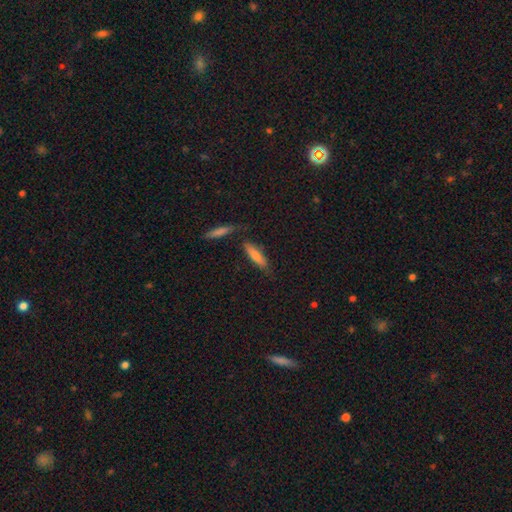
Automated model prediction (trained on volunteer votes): smooth_or_featured: smooth (p=0.60) [alt: featured or disk p=0.29]
how_rounded: cigar-shaped (p=0.67) [alt: in between p=0.30]
merging: none (p=0.75) [alt: minor disturbance p=0.13]